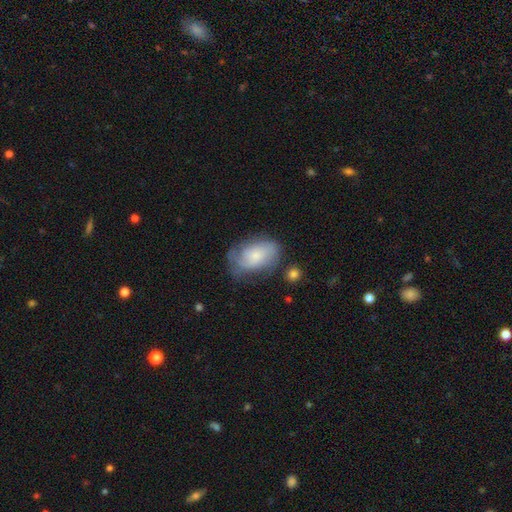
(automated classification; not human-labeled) Overall: smooth (58%; featured or disk 35%). How rounded: in between (88%). Merging: none (50%; minor disturbance 31%).